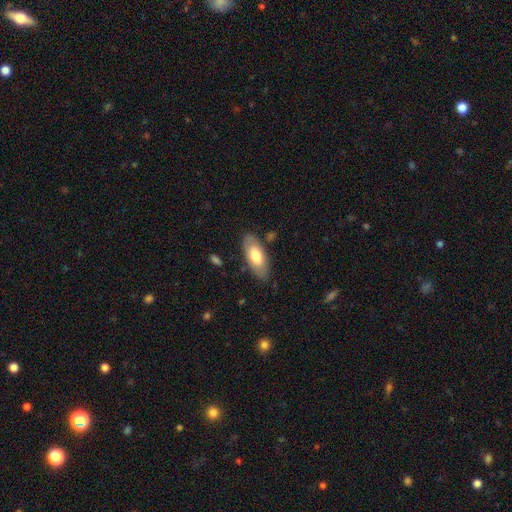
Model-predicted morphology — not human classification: Smooth or featured: smooth — 66% (featured or disk — 29%)
How rounded: in between — 88% (cigar-shaped — 10%)
Merging: none — 81% (minor disturbance — 14%)